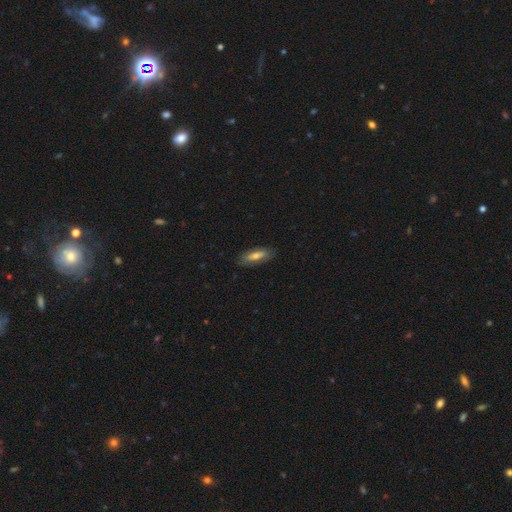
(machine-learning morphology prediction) smooth_or_featured: smooth (p=0.61) [alt: featured or disk p=0.33]
how_rounded: in between (p=0.61) [alt: cigar-shaped p=0.37]
merging: none (p=0.83) [alt: minor disturbance p=0.13]